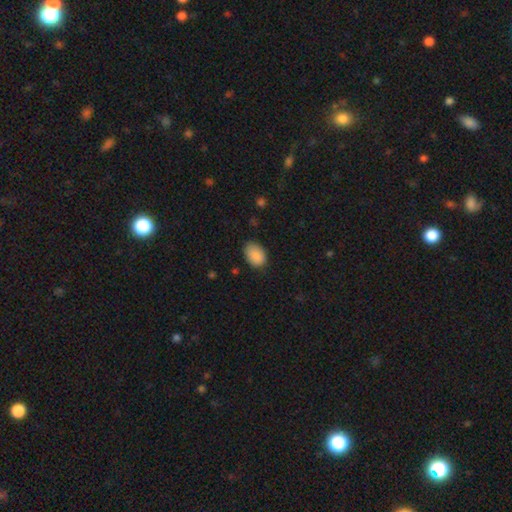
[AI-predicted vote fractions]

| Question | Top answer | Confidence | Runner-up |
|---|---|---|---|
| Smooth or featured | smooth | 89% | star or artifact (7%) |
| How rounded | in between | 82% | round (17%) |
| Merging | none | 76% | minor disturbance (20%) |